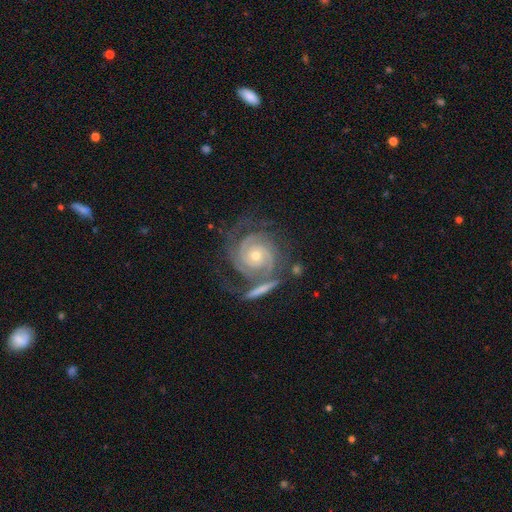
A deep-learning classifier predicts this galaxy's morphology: smooth-or-featured: featured or disk: 91% | star or artifact: 5% | smooth: 4%
  disk-edge-on: no: 97% | yes: 3%
    bar: no: 74% | weak: 19% | strong: 7%
    has-spiral-arms: yes: 98% | no: 2%
      spiral-winding: tight: 78% | medium: 19% | loose: 3%
      spiral-arm-count: 2: 45% | 3: 27% | can't tell: 12% | 4: 7% | more than 4: 4% | 1: 4%
    bulge-size: small: 55% | moderate: 42% | large: 1% | none: 1% | dominant: 1%
  merging: none: 62% | minor disturbance: 17% | major disturbance: 11% | merger: 10%